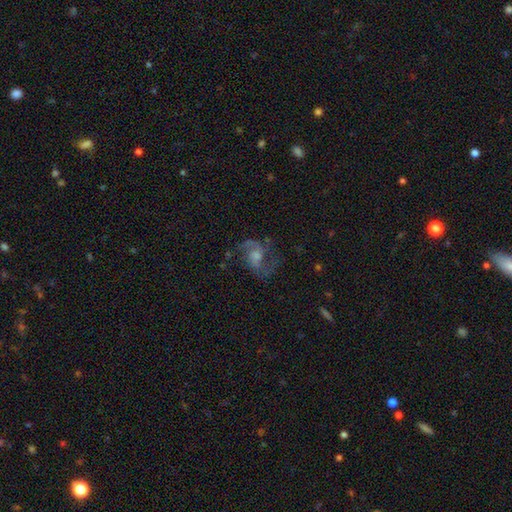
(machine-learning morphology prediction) Smooth or featured?
  - featured or disk: 78% *
  - star or artifact: 12%
  - smooth: 10%
Edge-on disk?
  - no: 97% *
  - yes: 3%
Bar?
  - no: 54% *
  - weak: 37%
  - strong: 8%
Spiral arms?
  - yes: 94% *
  - no: 6%
Spiral winding?
  - medium: 54% *
  - loose: 32%
  - tight: 14%
Spiral arm count?
  - 2: 84% *
  - can't tell: 6%
  - 3: 4%
  - 1: 3%
  - 4: 2%
  - more than 4: 2%
Bulge size?
  - moderate: 44% *
  - small: 32%
  - large: 12%
  - none: 10%
  - dominant: 2%
Merging?
  - none: 68% *
  - minor disturbance: 15%
  - major disturbance: 14%
  - merger: 2%